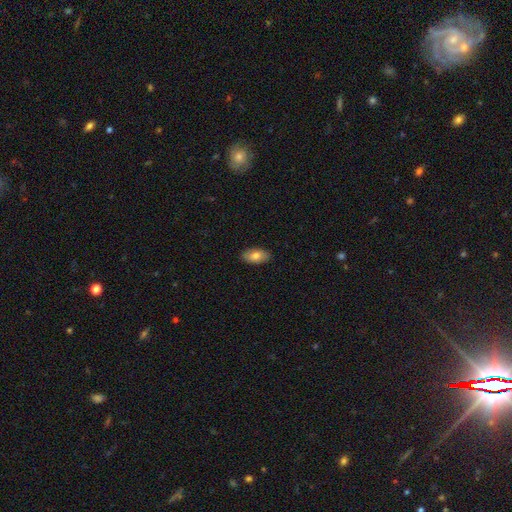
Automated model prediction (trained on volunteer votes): Smooth or featured?
  - smooth: 78% *
  - featured or disk: 16%
  - star or artifact: 7%
How rounded?
  - in between: 93% *
  - cigar-shaped: 4%
  - round: 4%
Merging?
  - none: 89% *
  - minor disturbance: 9%
  - major disturbance: 2%
  - merger: 1%